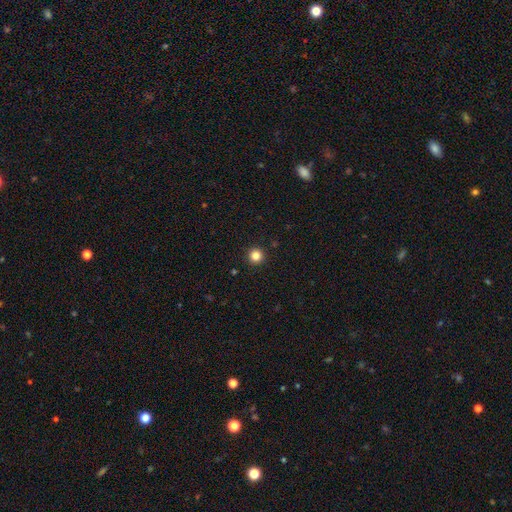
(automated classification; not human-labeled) smooth 83%, star or artifact 13%, featured or disk 4%. Down the decision tree: how rounded — round (96%); merging — none (94%).